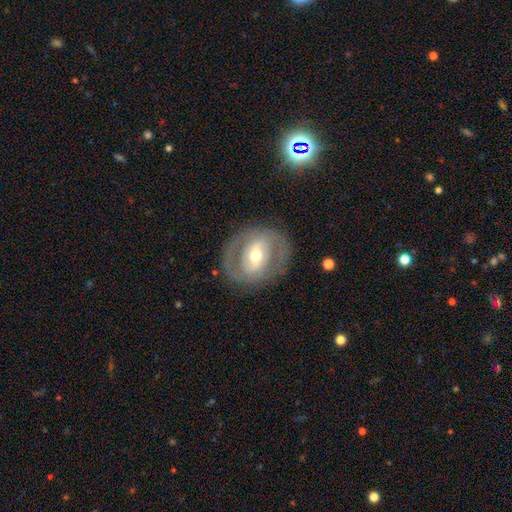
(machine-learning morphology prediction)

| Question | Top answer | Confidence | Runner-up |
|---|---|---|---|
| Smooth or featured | featured or disk | 72% | smooth (22%) |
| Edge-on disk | no | 95% | yes (5%) |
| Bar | weak | 39% | strong (34%) |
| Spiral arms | yes | 61% | no (39%) |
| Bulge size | moderate | 68% | small (23%) |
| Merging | none | 79% | minor disturbance (12%) |